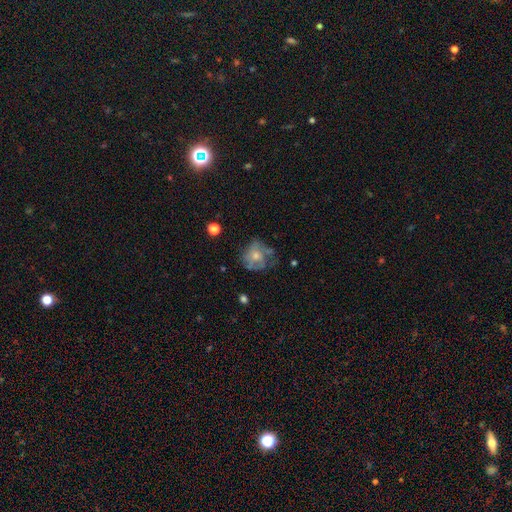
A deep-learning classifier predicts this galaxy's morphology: Smooth or featured: featured or disk — 50% (smooth — 40%)
Merging: none — 43% (minor disturbance — 27%)